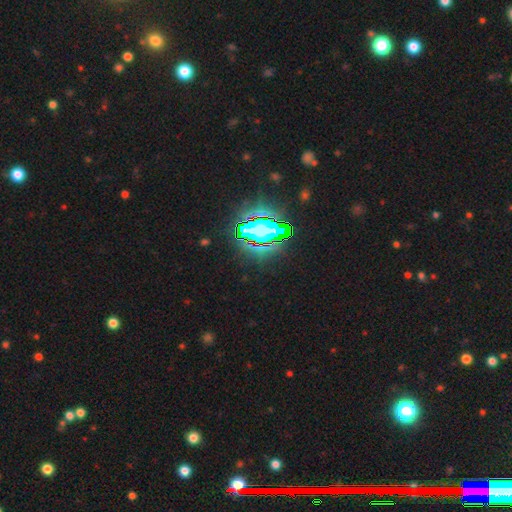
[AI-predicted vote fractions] This is clearly a star or artifact rather than a galaxy (84%).